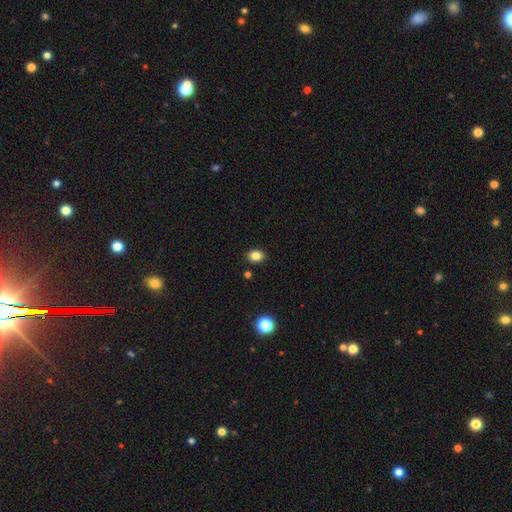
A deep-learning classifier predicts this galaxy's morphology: Smooth or featured?
  - smooth: 83% *
  - star or artifact: 11%
  - featured or disk: 6%
How rounded?
  - in between: 61% *
  - round: 38%
  - cigar-shaped: 1%
Merging?
  - none: 88% *
  - minor disturbance: 8%
  - merger: 2%
  - major disturbance: 2%